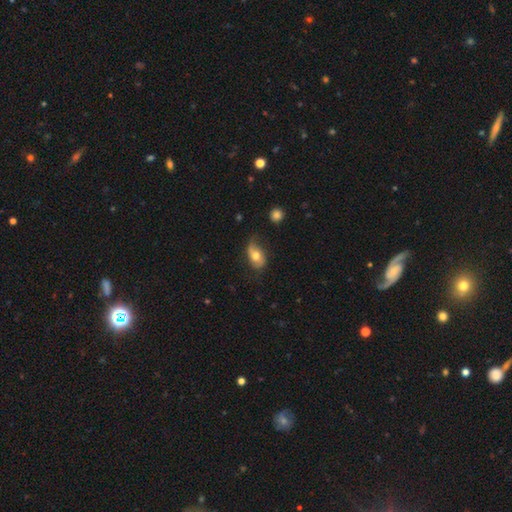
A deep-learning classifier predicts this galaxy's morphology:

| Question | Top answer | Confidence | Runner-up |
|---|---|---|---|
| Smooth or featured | smooth | 61% | featured or disk (32%) |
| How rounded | in between | 88% | round (10%) |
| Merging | none | 58% | minor disturbance (30%) |